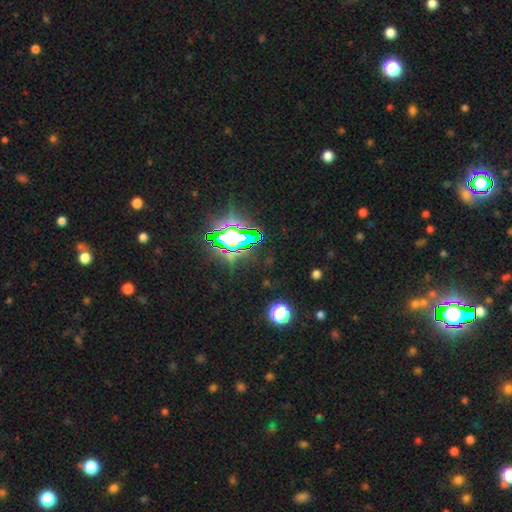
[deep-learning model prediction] Morphology: type=star or artifact (84%).